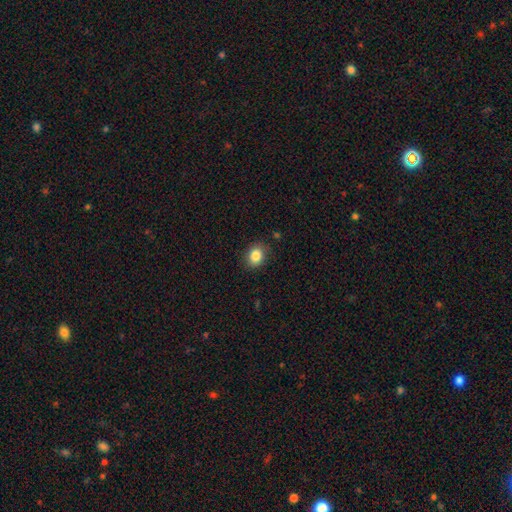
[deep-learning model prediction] smooth-or-featured: smooth: 85% | star or artifact: 9% | featured or disk: 6%
  how-rounded: in between: 52% | round: 47% | cigar-shaped: 1%
  merging: none: 85% | minor disturbance: 11% | major disturbance: 3% | merger: 1%